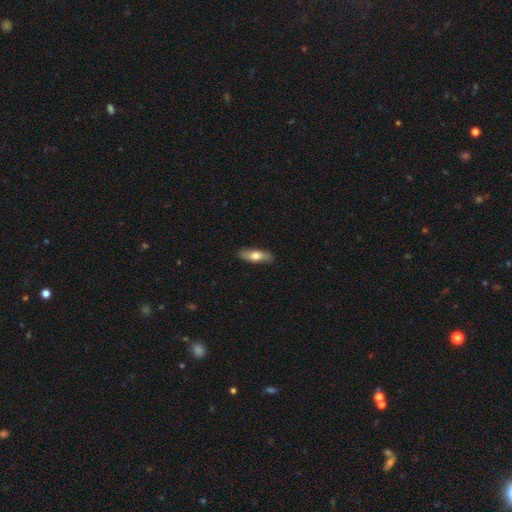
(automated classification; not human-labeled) smooth 68%, featured or disk 27%, star or artifact 5%. Down the decision tree: how rounded — in between (58%); merging — none (87%).